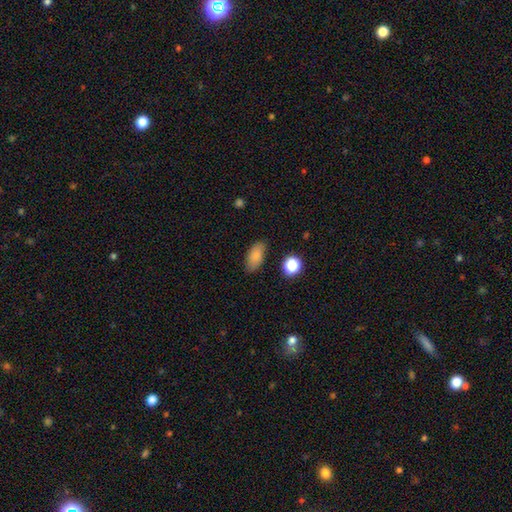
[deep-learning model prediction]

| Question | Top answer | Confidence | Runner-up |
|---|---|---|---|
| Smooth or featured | smooth | 83% | star or artifact (9%) |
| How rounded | in between | 87% | cigar-shaped (7%) |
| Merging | none | 83% | minor disturbance (12%) |